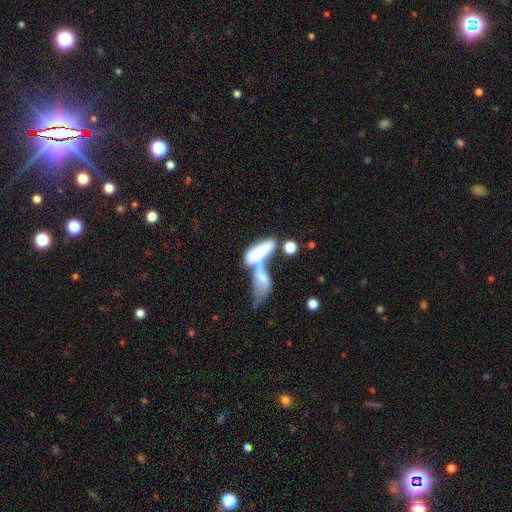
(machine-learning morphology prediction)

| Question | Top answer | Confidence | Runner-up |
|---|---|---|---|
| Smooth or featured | smooth | 45% | featured or disk (41%) |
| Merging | merger | 68% | none (15%) |